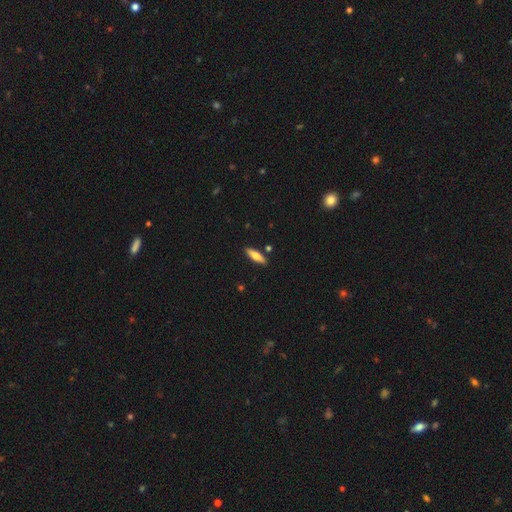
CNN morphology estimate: A smooth galaxy with no disk features (63%) that is cigar-shaped (58%). Merging: none (86%).